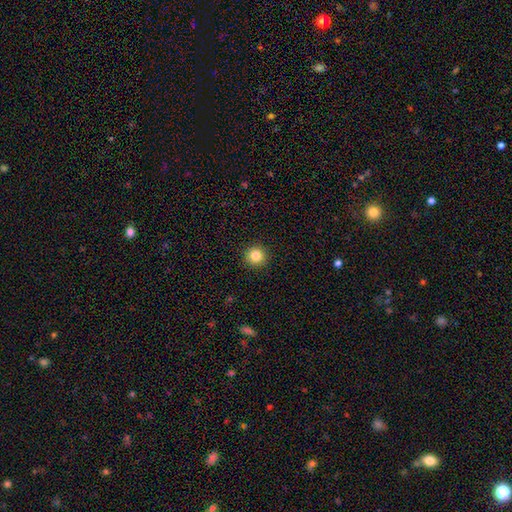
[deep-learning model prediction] smooth-or-featured: smooth: 84% | star or artifact: 11% | featured or disk: 5%
  how-rounded: round: 95% | in between: 4% | cigar-shaped: 1%
  merging: none: 92% | minor disturbance: 5% | major disturbance: 2% | merger: 1%